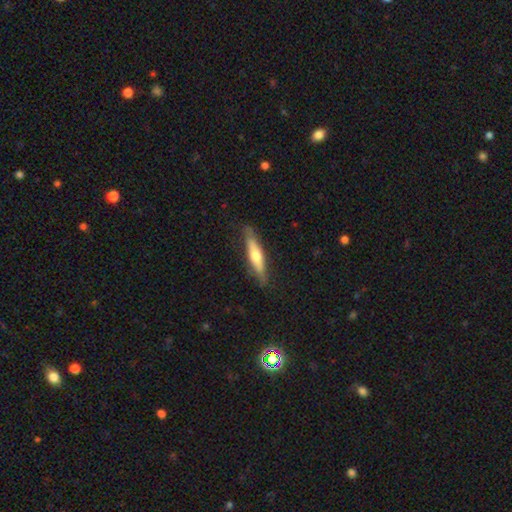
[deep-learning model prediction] A featured or disk galaxy (47%, tied with smooth).

Vote fractions:
- Smooth or featured? featured or disk: 47% (tied) / smooth: 47% (tied) / star or artifact: 5%
- Merging? none: 82% / minor disturbance: 14% / major disturbance: 3% / merger: 1%